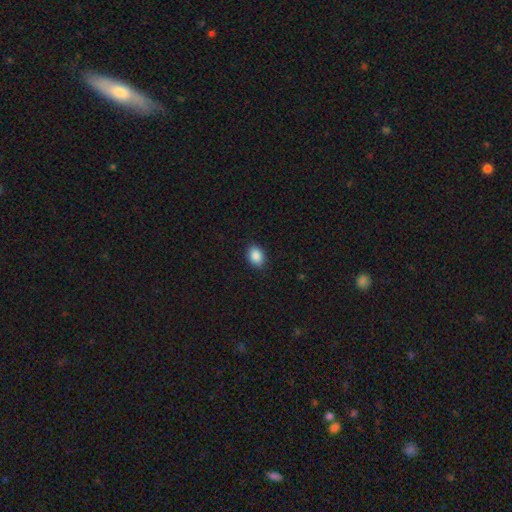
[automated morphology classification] type=smooth (88%); roundness=in between (77%); merging=none (88%).